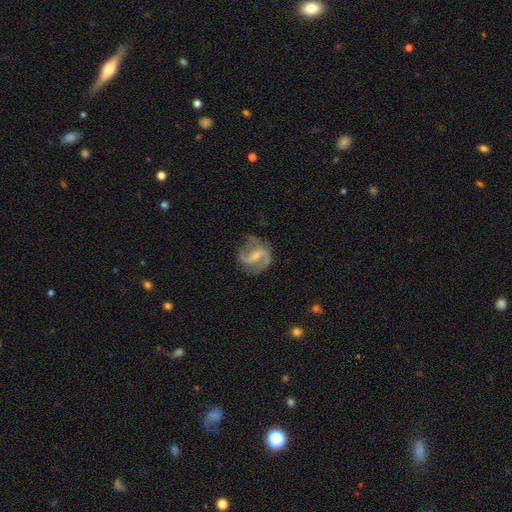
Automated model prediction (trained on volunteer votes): The model was most divided on "bar": weak: 43%, strong: 42%, no: 15%. Remaining: edge-on disk — no (97%); spiral arms — yes (94%); spiral arm count — 2 (88%); smooth or featured — featured or disk (85%); merging — none (75%); bulge size — small (54%); spiral winding — medium (45%).